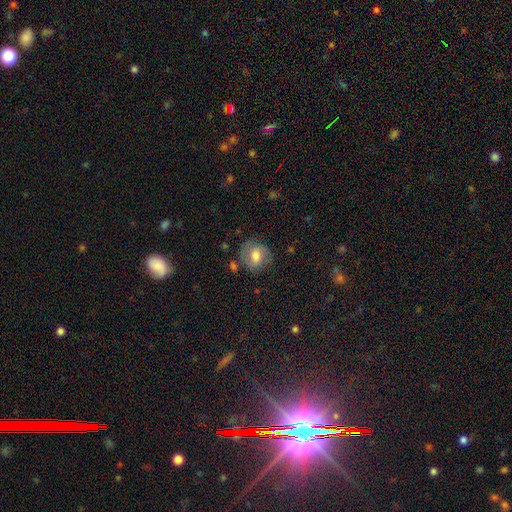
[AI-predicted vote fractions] The model was most divided on "smooth or featured": smooth: 65%, featured or disk: 26%, star or artifact: 8%. More confident: merging — none (73%); how rounded — round (72%).